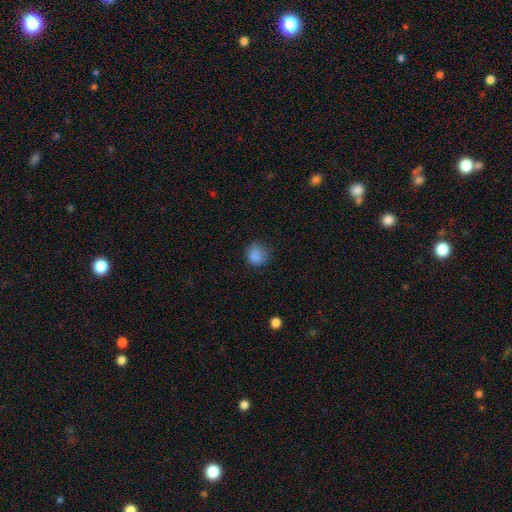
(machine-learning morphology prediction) Smooth or featured: smooth — 85% (star or artifact — 11%)
How rounded: round — 83% (in between — 16%)
Merging: none — 75% (minor disturbance — 19%)